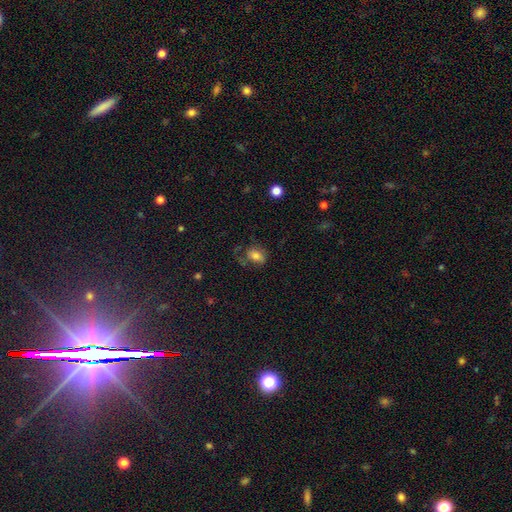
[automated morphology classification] Smooth or featured? Predicted: smooth (p=0.75). How rounded? Predicted: in between (p=0.79). Merging? Predicted: none (p=0.56).